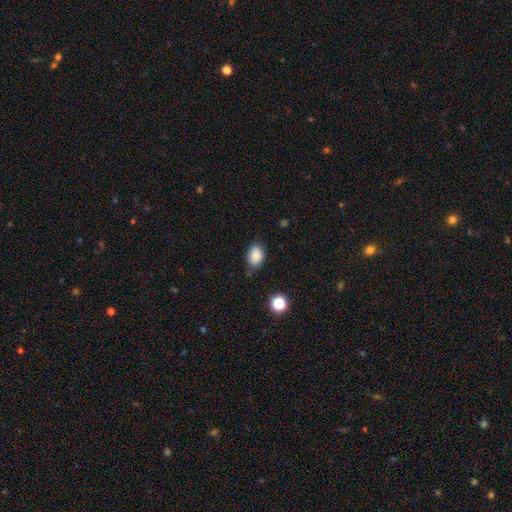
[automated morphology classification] smooth-or-featured: smooth: 86% | star or artifact: 9% | featured or disk: 5%
  how-rounded: in between: 83% | round: 16% | cigar-shaped: 1%
  merging: none: 71% | minor disturbance: 22% | major disturbance: 4% | merger: 3%